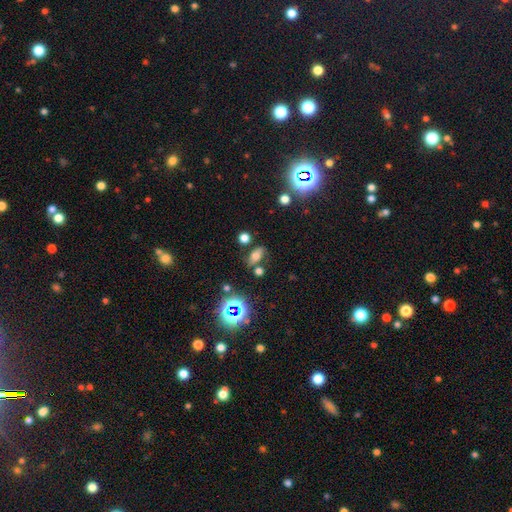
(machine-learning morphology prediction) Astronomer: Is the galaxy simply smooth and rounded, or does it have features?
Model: smooth — 48% (runner-up: featured or disk, 30%).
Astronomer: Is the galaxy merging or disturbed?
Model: none — 67%.